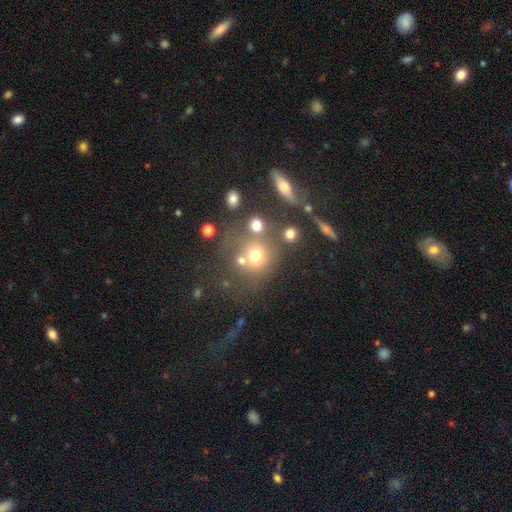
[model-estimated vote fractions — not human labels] smooth-or-featured: smooth: 67% | star or artifact: 19% | featured or disk: 14%
  how-rounded: round: 84% | in between: 15% | cigar-shaped: 1%
  merging: none: 54% | merger: 25% | minor disturbance: 12% | major disturbance: 8%